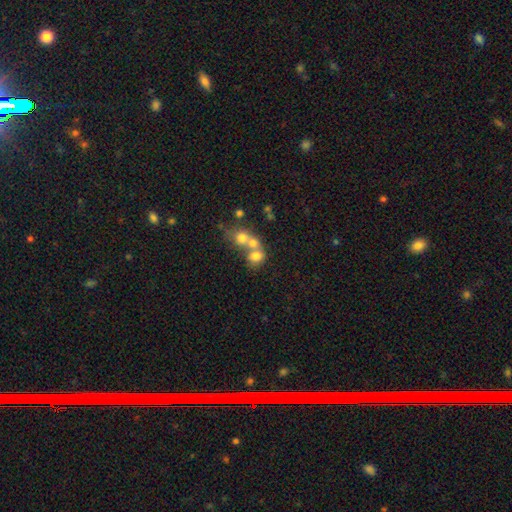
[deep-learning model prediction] smooth-or-featured: smooth: 67% | featured or disk: 20% | star or artifact: 13%
  how-rounded: round: 58% | in between: 41% | cigar-shaped: 1%
  merging: merger: 61% | none: 27% | minor disturbance: 7% | major disturbance: 5%